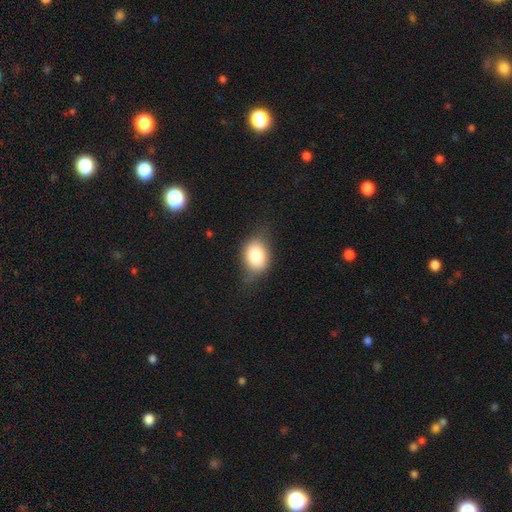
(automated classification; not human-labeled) A smooth galaxy with no disk features (78%) that is in between round and cigar-shaped (65%).

Vote fractions:
- Smooth or featured? smooth: 78% / featured or disk: 14% / star or artifact: 8%
- How rounded? in between: 65% / round: 34% / cigar-shaped: 1%
- Merging? none: 63% / minor disturbance: 28% / major disturbance: 8% / merger: 1%